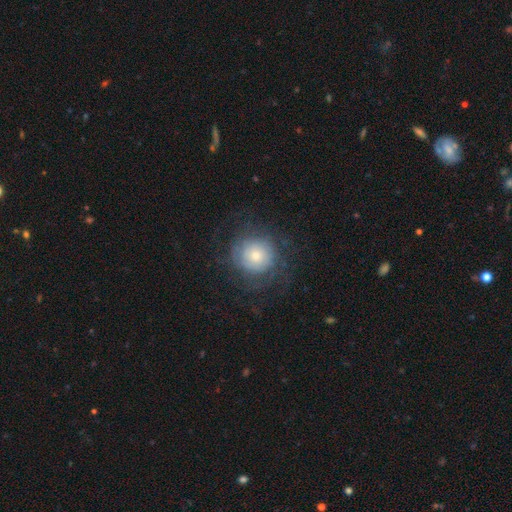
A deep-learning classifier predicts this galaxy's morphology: Smooth or featured: smooth — 51% (featured or disk — 40%)
How rounded: round — 91% (in between — 8%)
Merging: none — 69% (minor disturbance — 15%)